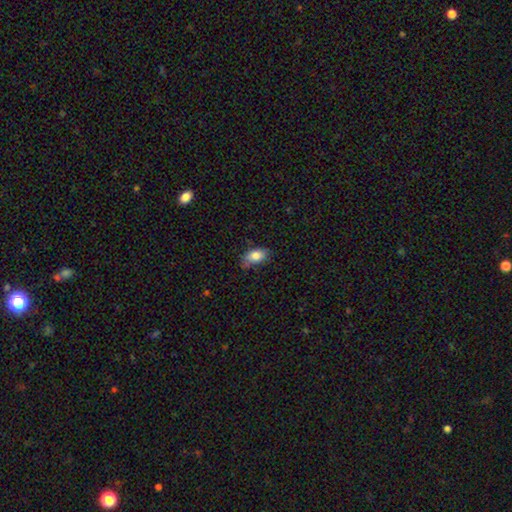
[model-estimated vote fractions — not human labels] Q: Smooth or featured?
A: smooth (82%); runner-up: featured or disk (10%)
Q: How rounded?
A: in between (90%); runner-up: round (6%)
Q: Merging?
A: none (66%); runner-up: minor disturbance (26%)